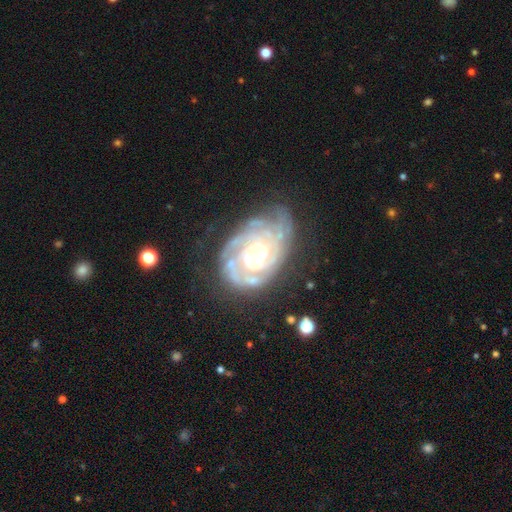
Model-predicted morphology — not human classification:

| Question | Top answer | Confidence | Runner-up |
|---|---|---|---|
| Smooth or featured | featured or disk | 89% | smooth (6%) |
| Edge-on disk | no | 97% | yes (3%) |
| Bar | no | 72% | weak (21%) |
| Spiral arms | yes | 97% | no (3%) |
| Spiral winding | tight | 77% | medium (19%) |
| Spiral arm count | can't tell | 28% | 3 (22%) |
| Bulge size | small | 64% | moderate (30%) |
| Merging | none | 64% | minor disturbance (22%) |